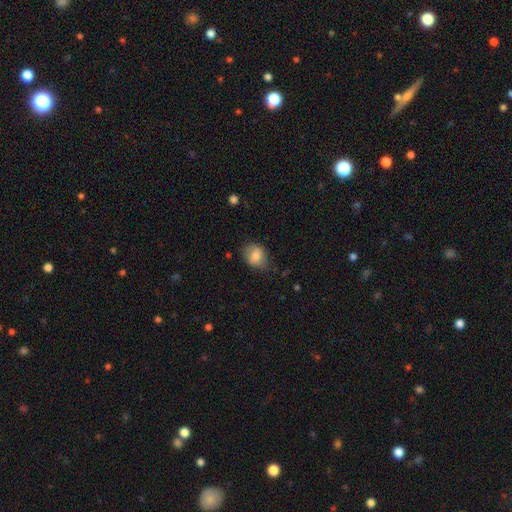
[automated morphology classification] smooth 78%, featured or disk 14%, star or artifact 8%. Down the decision tree: how rounded — in between (50%); merging — none (68%).